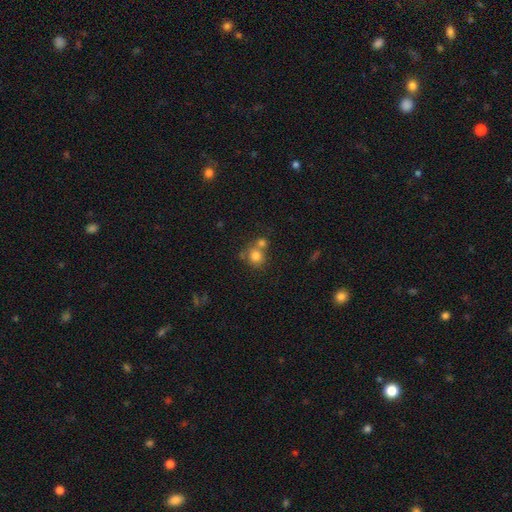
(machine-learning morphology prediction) Smooth or featured? smooth (79%)
How rounded? round (84%)
Merging? none (47%)